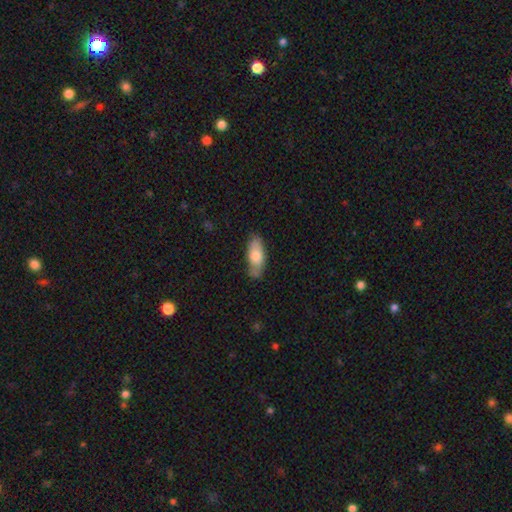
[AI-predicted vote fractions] smooth 72%, featured or disk 21%, star or artifact 6%. Down the decision tree: how rounded — in between (79%); merging — none (69%).